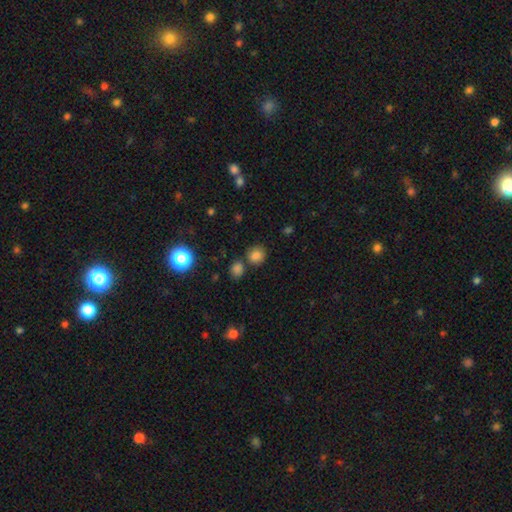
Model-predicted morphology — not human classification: smooth-or-featured: smooth: 80% | star or artifact: 15% | featured or disk: 5%
  how-rounded: round: 82% | in between: 17% | cigar-shaped: 1%
  merging: none: 71% | merger: 15% | minor disturbance: 10% | major disturbance: 3%